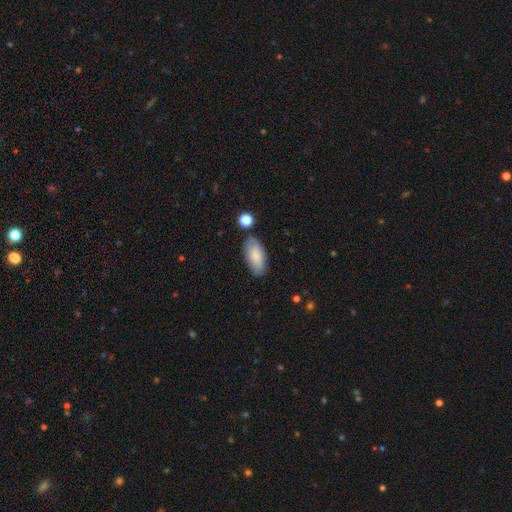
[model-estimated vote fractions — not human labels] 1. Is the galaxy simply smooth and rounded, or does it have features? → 85% smooth, 9% featured or disk, 6% star or artifact.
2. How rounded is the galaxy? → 91% in between, 7% cigar-shaped, 2% round.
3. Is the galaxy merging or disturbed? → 79% none, 14% minor disturbance, 5% merger, 3% major disturbance.